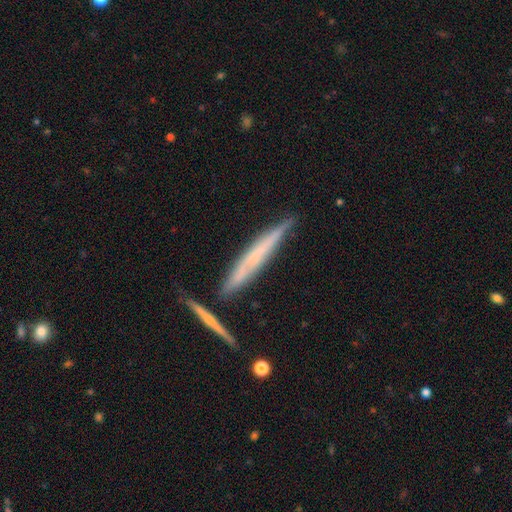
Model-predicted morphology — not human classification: Smooth or featured? Predicted: featured or disk (p=0.53). Edge-on disk? Predicted: yes (p=0.93). Merging? Predicted: none (p=0.71).